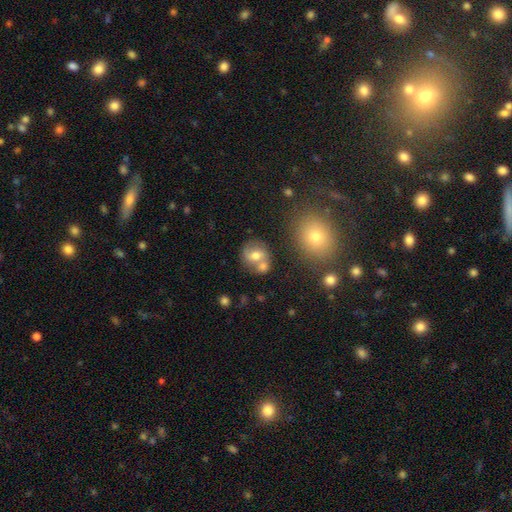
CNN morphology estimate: A smooth galaxy with no disk features (57%) that is round (74%).

Vote fractions:
- Smooth or featured? smooth: 57% / featured or disk: 32% / star or artifact: 11%
- How rounded? round: 74% / in between: 25% / cigar-shaped: 1%
- Merging? none: 49% / merger: 35% / minor disturbance: 12% / major disturbance: 5%